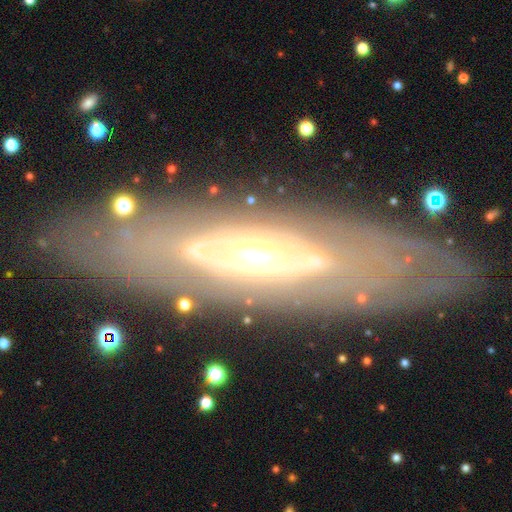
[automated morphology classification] smooth_or_featured: featured or disk (p=0.75) [alt: smooth p=0.18]
disk_edge_on: no (p=0.66) [alt: yes p=0.34]
merging: none (p=0.84) [alt: minor disturbance p=0.10]